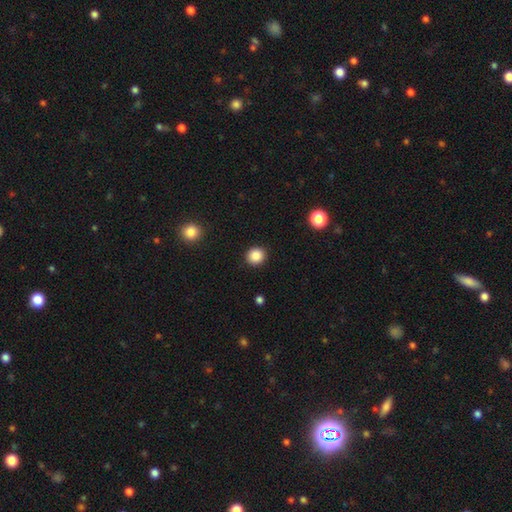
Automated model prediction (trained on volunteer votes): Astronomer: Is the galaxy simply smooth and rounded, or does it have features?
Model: smooth — 87%.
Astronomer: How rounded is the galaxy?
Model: round — 89%.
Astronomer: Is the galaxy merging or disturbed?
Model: none — 92%.